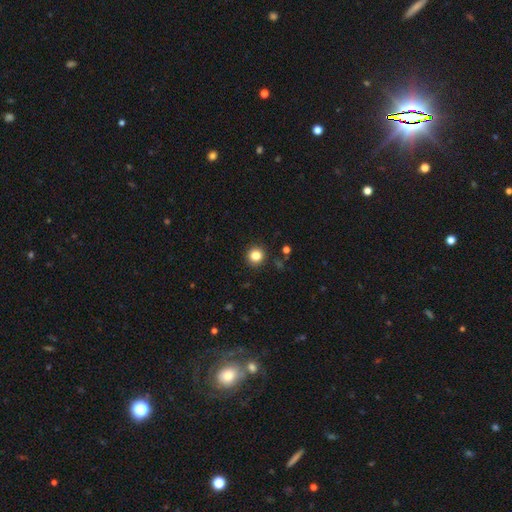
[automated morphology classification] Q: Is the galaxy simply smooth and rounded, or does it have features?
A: smooth — 83%.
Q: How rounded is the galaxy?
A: round — 94%.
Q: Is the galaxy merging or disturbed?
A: none — 92%.